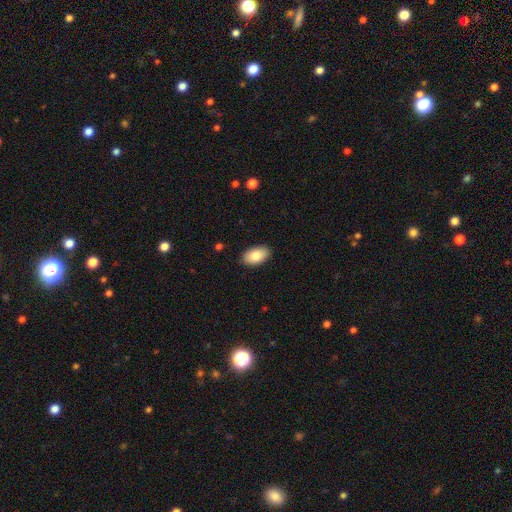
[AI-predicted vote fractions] This appears to be a smooth galaxy with no disk features (85%) that is in between round and cigar-shaped (94%). Merging: none (89%).